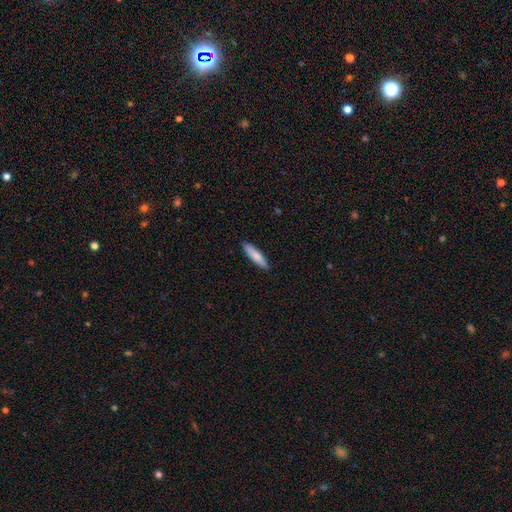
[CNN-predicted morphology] The model was most divided on "how rounded": cigar-shaped: 77%, in between: 22%, round: 1%. More confident: merging — none (90%); smooth or featured — smooth (81%).